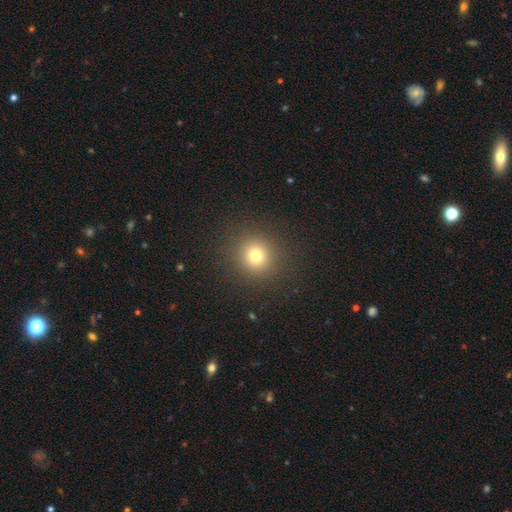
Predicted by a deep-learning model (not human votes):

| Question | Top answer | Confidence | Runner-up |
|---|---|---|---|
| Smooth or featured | smooth | 74% | star or artifact (18%) |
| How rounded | round | 93% | in between (7%) |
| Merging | none | 90% | minor disturbance (6%) |